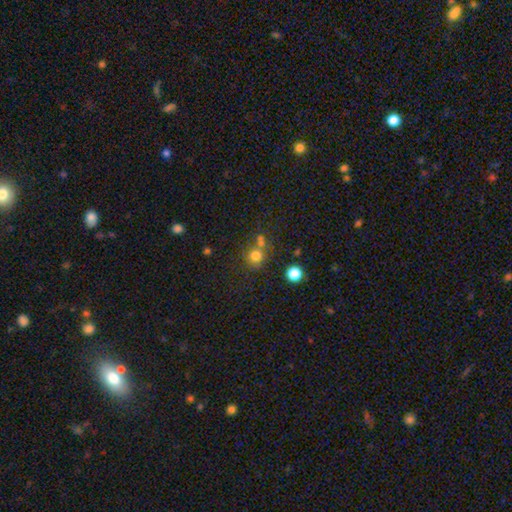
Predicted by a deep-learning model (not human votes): Q: Smooth or featured?
A: smooth (75%); runner-up: star or artifact (17%)
Q: How rounded?
A: round (86%); runner-up: in between (13%)
Q: Merging?
A: none (60%); runner-up: merger (24%)